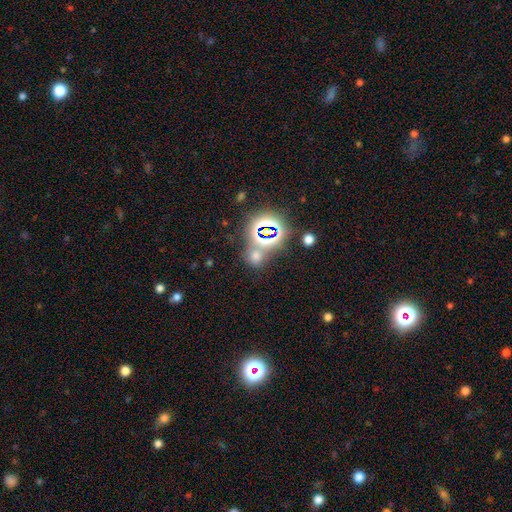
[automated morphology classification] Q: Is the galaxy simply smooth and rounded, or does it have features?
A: smooth — 48%.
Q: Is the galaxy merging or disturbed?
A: none — 64%.